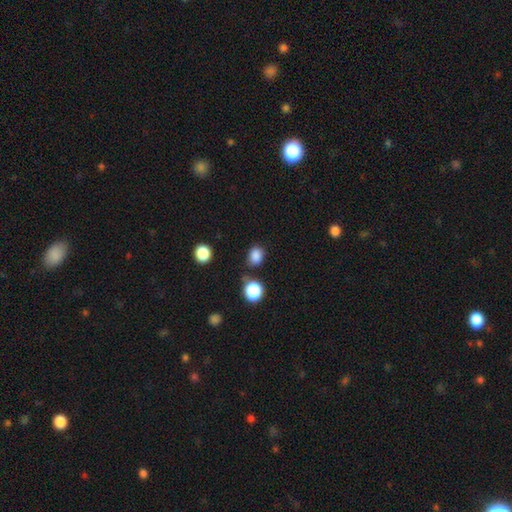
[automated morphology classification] Q: Smooth or featured?
A: smooth (84%); runner-up: star or artifact (12%)
Q: How rounded?
A: round (60%); runner-up: in between (39%)
Q: Merging?
A: none (75%); runner-up: minor disturbance (15%)